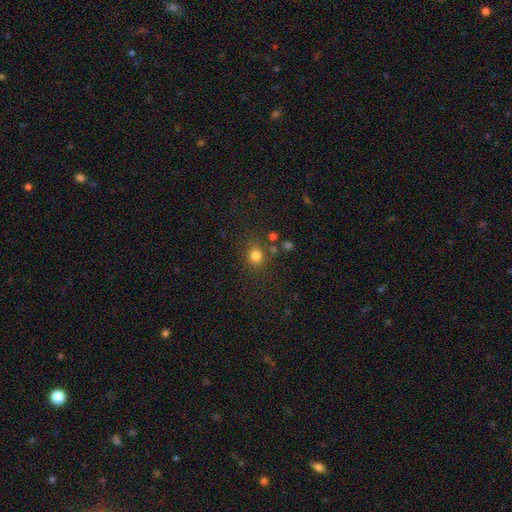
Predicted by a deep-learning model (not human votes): Smooth or featured: smooth — 79% (star or artifact — 15%)
How rounded: round — 78% (in between — 21%)
Merging: none — 79% (minor disturbance — 11%)